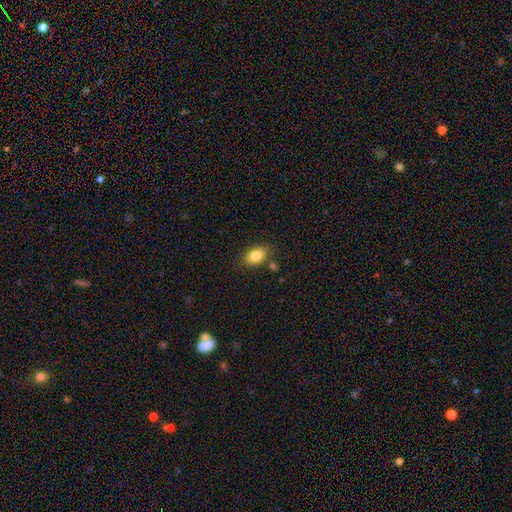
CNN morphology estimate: Overall: smooth (83%). How rounded: in between (84%). Merging: none (77%).